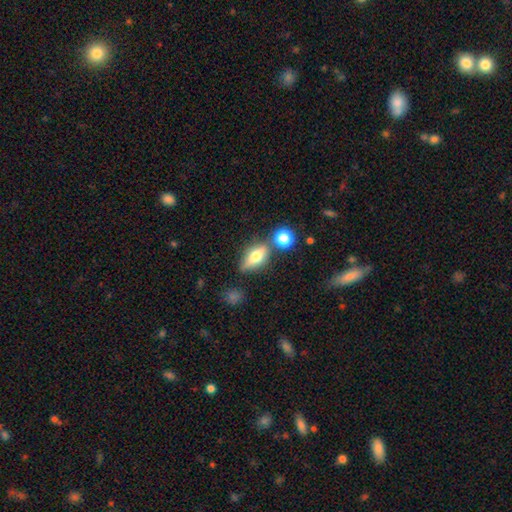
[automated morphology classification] Smooth or featured?
  - smooth: 55% *
  - featured or disk: 34%
  - star or artifact: 10%
How rounded?
  - in between: 71% *
  - cigar-shaped: 19%
  - round: 10%
Merging?
  - none: 66% *
  - minor disturbance: 15%
  - merger: 12%
  - major disturbance: 6%